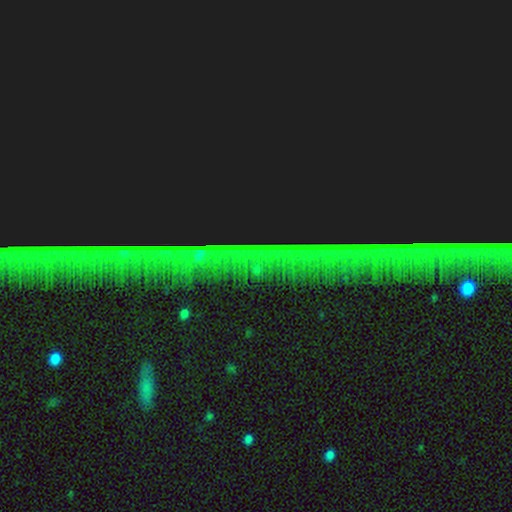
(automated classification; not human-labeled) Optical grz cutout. It shows a star or artifact, not a galaxy (84%).